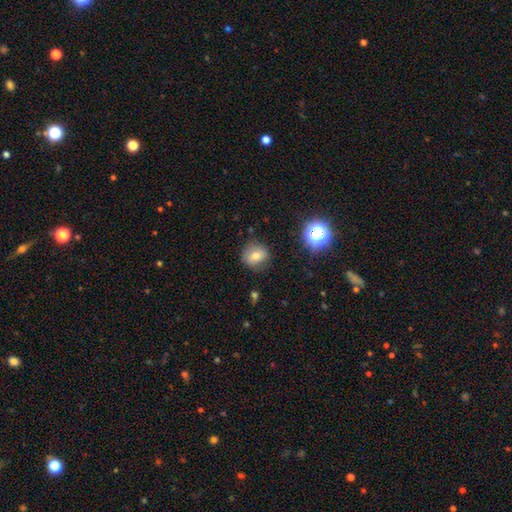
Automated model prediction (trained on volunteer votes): A smooth galaxy with no disk features (69%) that is round (81%).

Vote fractions:
- Smooth or featured? smooth: 69% / featured or disk: 17% / star or artifact: 14%
- How rounded? round: 81% / in between: 18% / cigar-shaped: 1%
- Merging? none: 78% / minor disturbance: 15% / major disturbance: 4% / merger: 2%